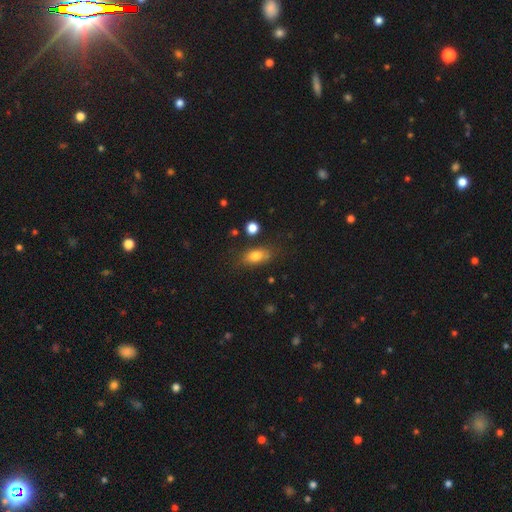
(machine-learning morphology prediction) Smooth or featured?
  - smooth: 79% *
  - featured or disk: 12%
  - star or artifact: 9%
How rounded?
  - in between: 82% *
  - round: 10%
  - cigar-shaped: 9%
Merging?
  - none: 72% *
  - minor disturbance: 18%
  - major disturbance: 5%
  - merger: 4%